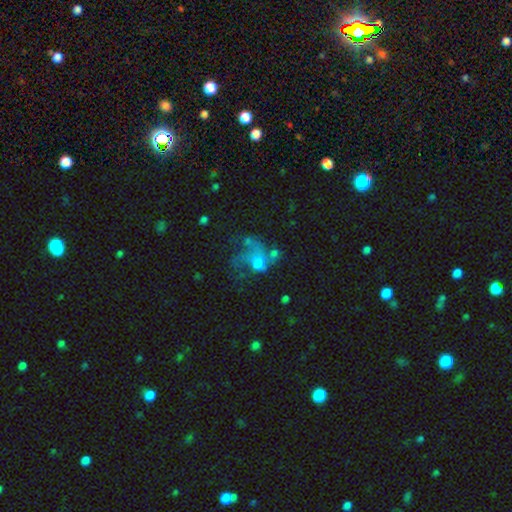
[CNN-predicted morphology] A featured or disk galaxy (45%).

Vote fractions:
- Smooth or featured? featured or disk: 45% / smooth: 39% / star or artifact: 16%
- Merging? major disturbance: 47% / none: 23% / merger: 16% / minor disturbance: 14%